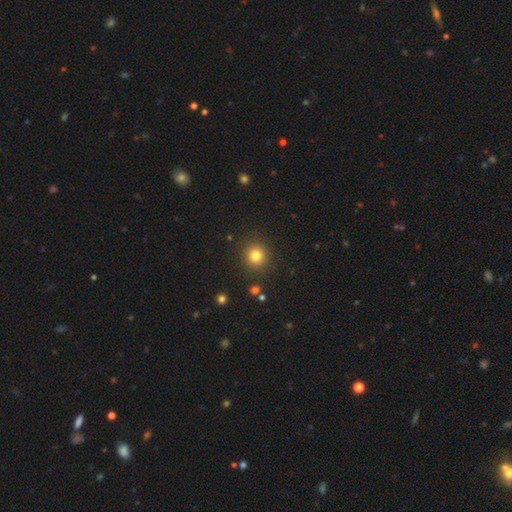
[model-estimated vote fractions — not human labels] Smooth or featured? Predicted: smooth (p=0.81). How rounded? Predicted: round (p=0.92). Merging? Predicted: none (p=0.90).